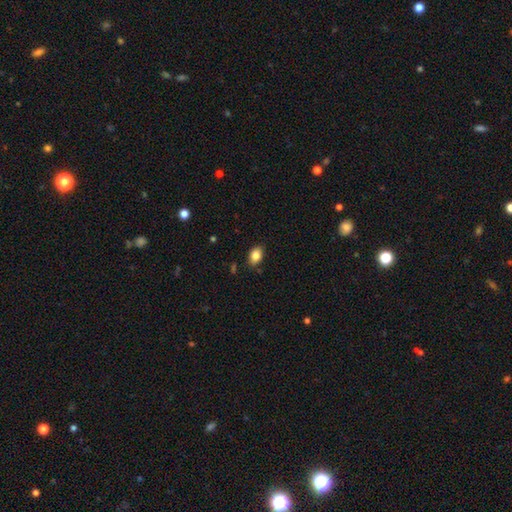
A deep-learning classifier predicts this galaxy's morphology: smooth_or_featured: smooth (p=0.85) [alt: star or artifact p=0.08]
how_rounded: in between (p=0.83) [alt: round p=0.16]
merging: none (p=0.84) [alt: minor disturbance p=0.12]